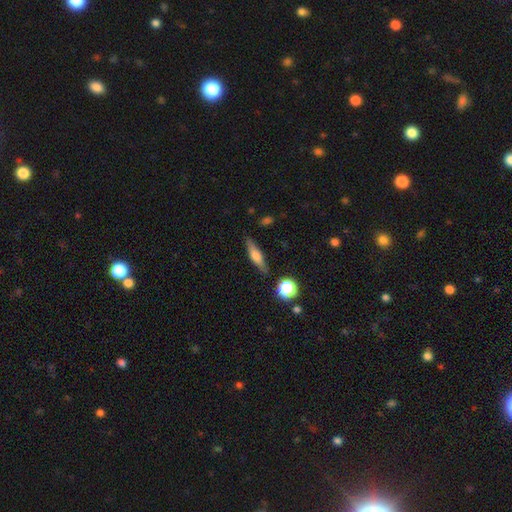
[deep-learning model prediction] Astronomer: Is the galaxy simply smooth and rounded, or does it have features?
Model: smooth — 50% (runner-up: featured or disk, 42%).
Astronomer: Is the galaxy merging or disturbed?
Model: none — 86%.